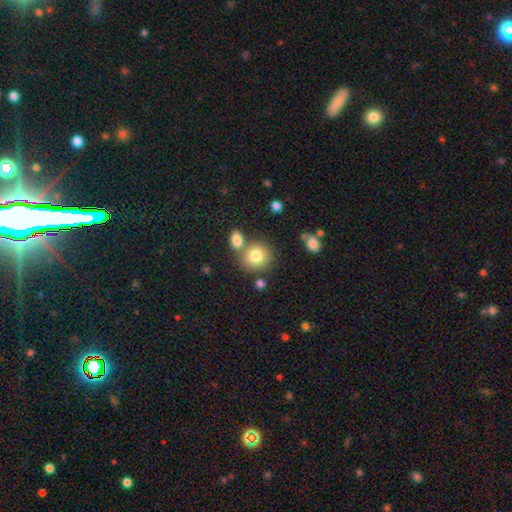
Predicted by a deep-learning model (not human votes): The model was most divided on "merging": none: 61%, merger: 26%, minor disturbance: 10%, major disturbance: 3%. More confident: how rounded — round (82%); smooth or featured — smooth (80%).